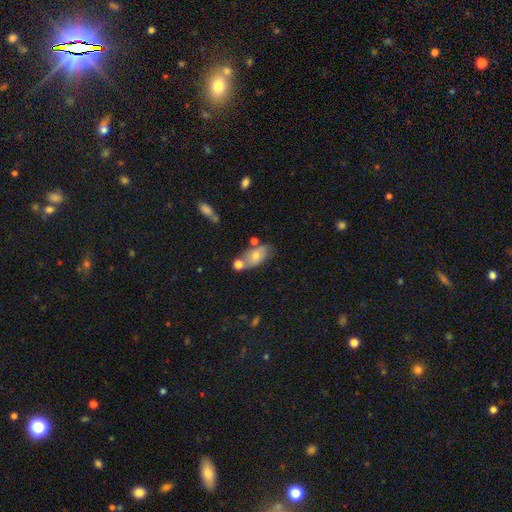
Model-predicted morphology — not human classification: smooth 58%, featured or disk 33%, star or artifact 9%. Down the decision tree: how rounded — in between (88%); merging — none (55%).